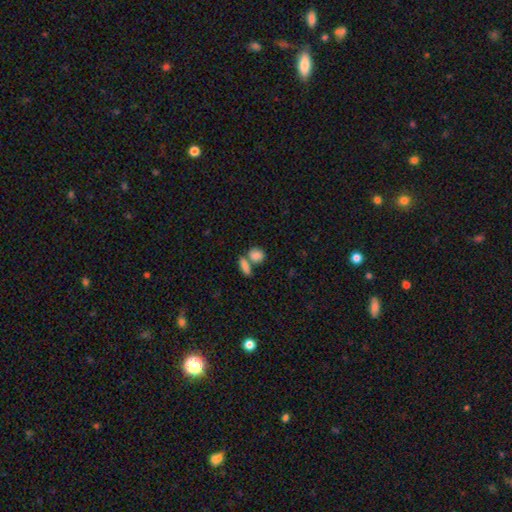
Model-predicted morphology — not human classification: smooth 85%, star or artifact 8%, featured or disk 7%. Down the decision tree: how rounded — in between (61%); merging — none (49%).